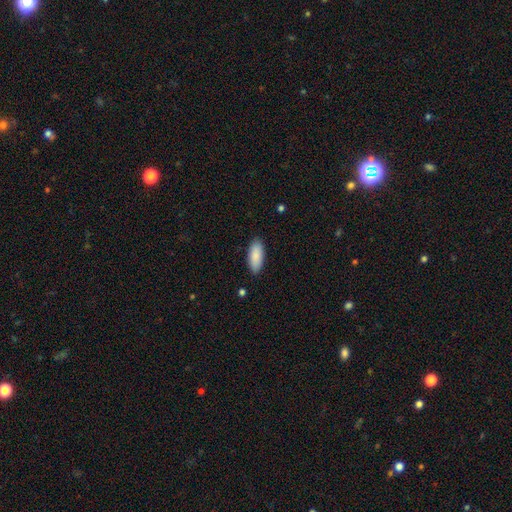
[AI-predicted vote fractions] A smooth galaxy with no disk features (88%) that is in between round and cigar-shaped (83%).

Vote fractions:
- Smooth or featured? smooth: 88% / featured or disk: 6% / star or artifact: 6%
- How rounded? in between: 83% / cigar-shaped: 15% / round: 2%
- Merging? none: 87% / minor disturbance: 10% / major disturbance: 2% / merger: 1%